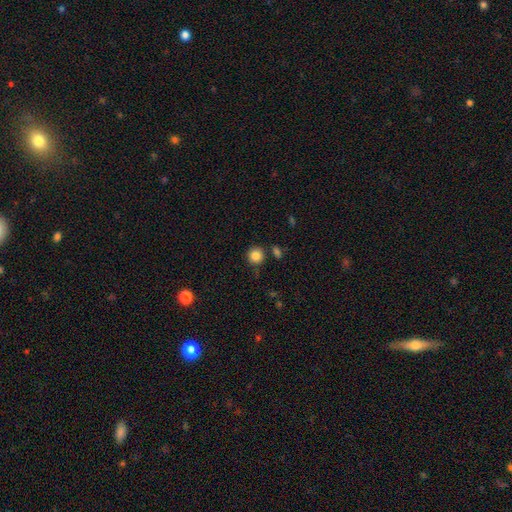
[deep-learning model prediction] A smooth galaxy with no disk features (85%) that is round (92%). Merging: none (83%).